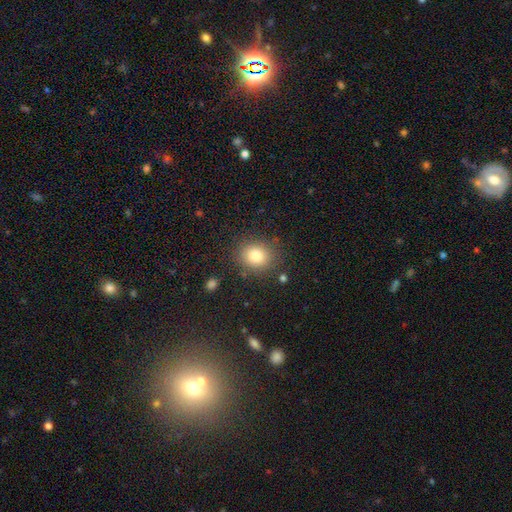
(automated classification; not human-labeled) The model was most divided on "how rounded": round: 70%, in between: 29%, cigar-shaped: 1%. More confident: merging — none (84%); smooth or featured — smooth (80%).